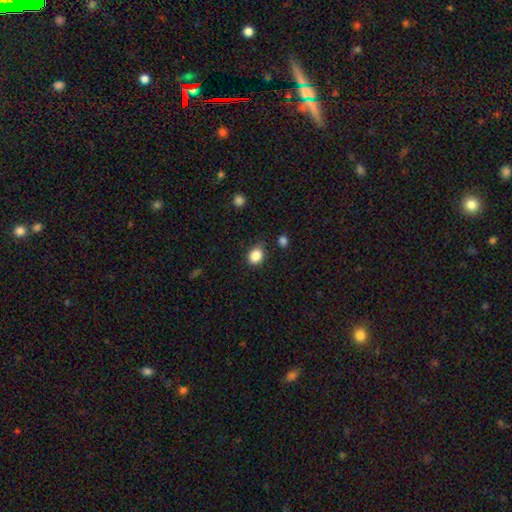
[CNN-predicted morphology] smooth-or-featured: smooth: 85% | star or artifact: 10% | featured or disk: 5%
  how-rounded: round: 50% | in between: 49% | cigar-shaped: 1%
  merging: none: 72% | minor disturbance: 21% | major disturbance: 4% | merger: 3%